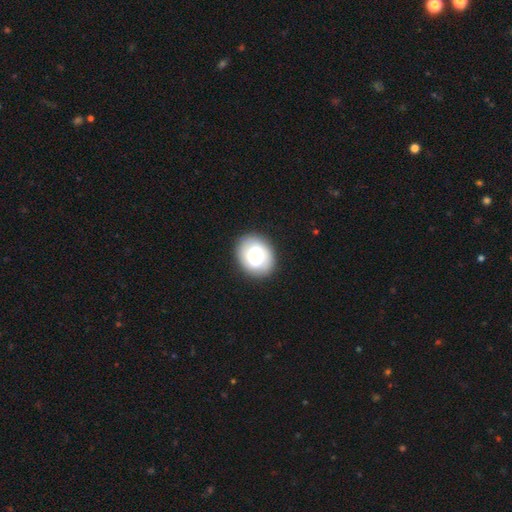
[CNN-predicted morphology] This is possibly a smooth galaxy (58%). How rounded: possibly round (55%). Merging: clearly none (87%).